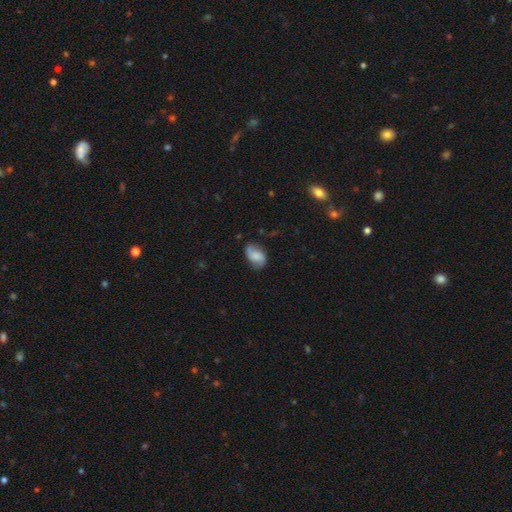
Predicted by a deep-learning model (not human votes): smooth 48%, featured or disk 43%, star or artifact 8%. Down the decision tree: merging — none (71%).